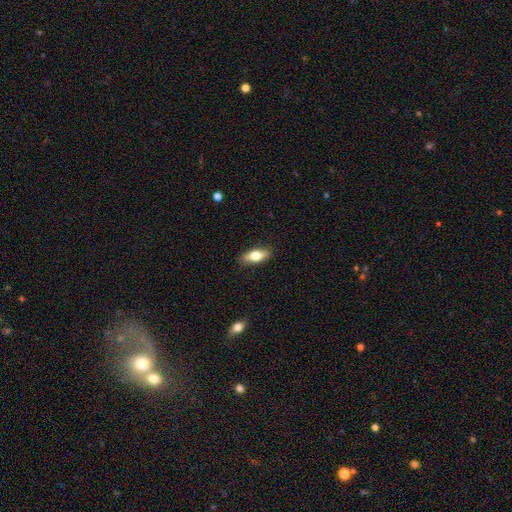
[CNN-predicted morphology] The model was most divided on "smooth or featured": smooth: 65%, featured or disk: 29%, star or artifact: 7%. More confident: merging — none (87%); how rounded — in between (69%).